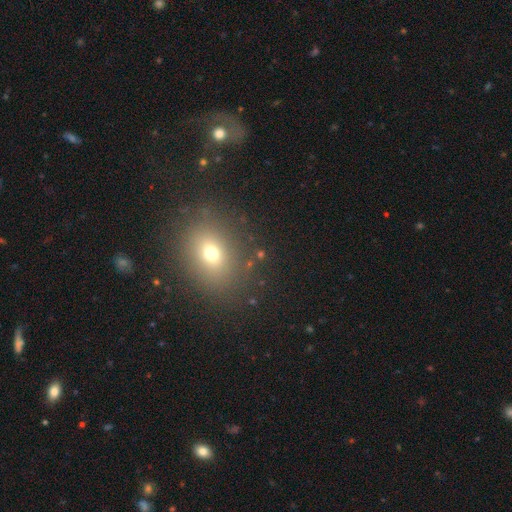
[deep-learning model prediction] Smooth or featured?
  - smooth: 64% *
  - star or artifact: 23%
  - featured or disk: 13%
How rounded?
  - in between: 54% *
  - round: 45%
  - cigar-shaped: 2%
Merging?
  - none: 82% *
  - minor disturbance: 10%
  - major disturbance: 4%
  - merger: 3%